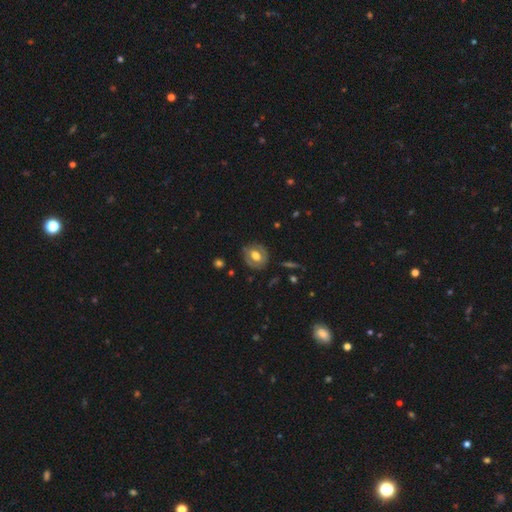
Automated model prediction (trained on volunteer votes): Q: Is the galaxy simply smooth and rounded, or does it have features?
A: smooth — 47%.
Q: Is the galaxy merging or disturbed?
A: none — 78%.